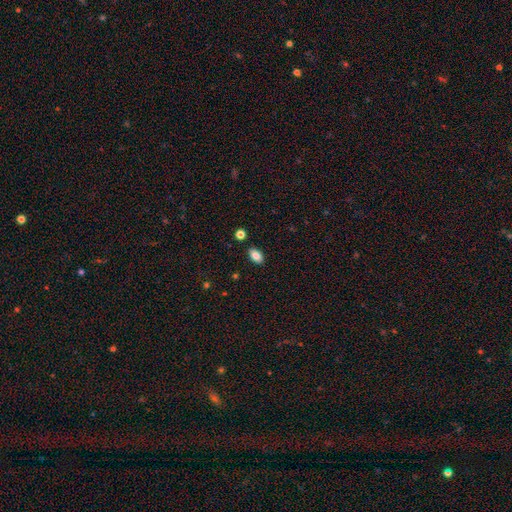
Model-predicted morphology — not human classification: type=smooth (83%); roundness=in between (91%); merging=none (86%).